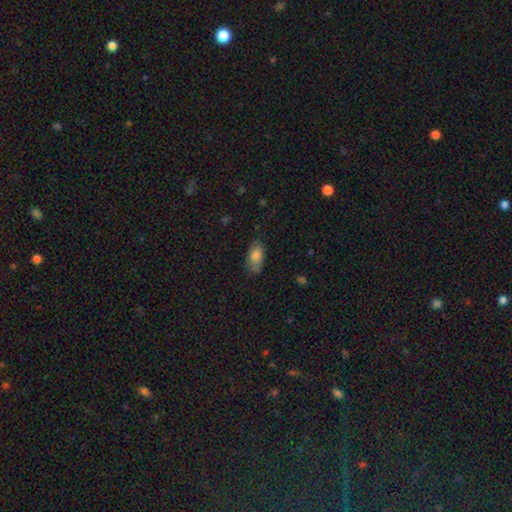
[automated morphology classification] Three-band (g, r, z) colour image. It shows a smooth galaxy with no disk features (74%) that is in between round and cigar-shaped (87%). Merging: none (68%).